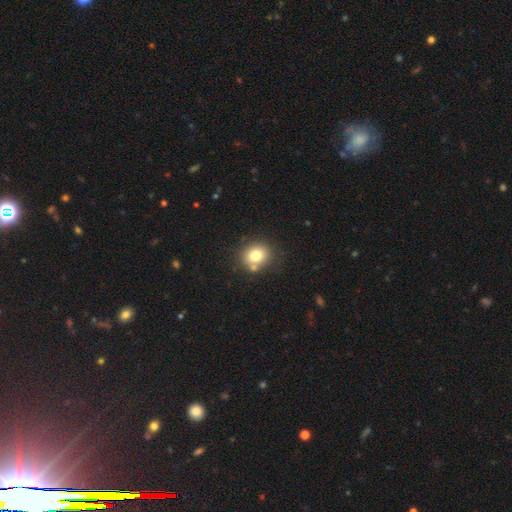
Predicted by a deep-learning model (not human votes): This is likely a smooth galaxy (77%). How rounded: likely round (76%). Merging: likely none (71%).